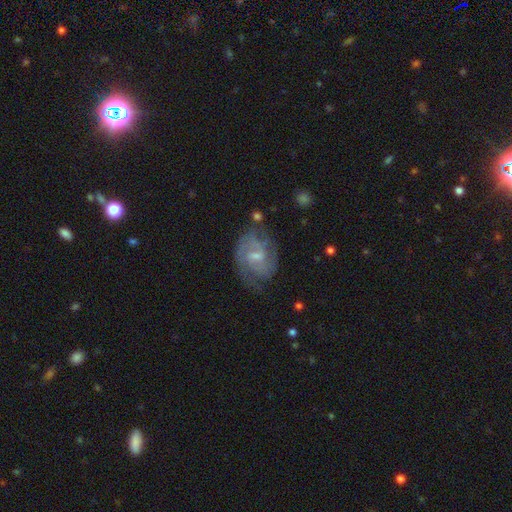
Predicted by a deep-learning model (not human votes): A featured or disk galaxy (73%) with a weak bar (57%), 2 (44%) medium (43%) spiral arms (86%) and a small central bulge (52%). Merging: none (60%).